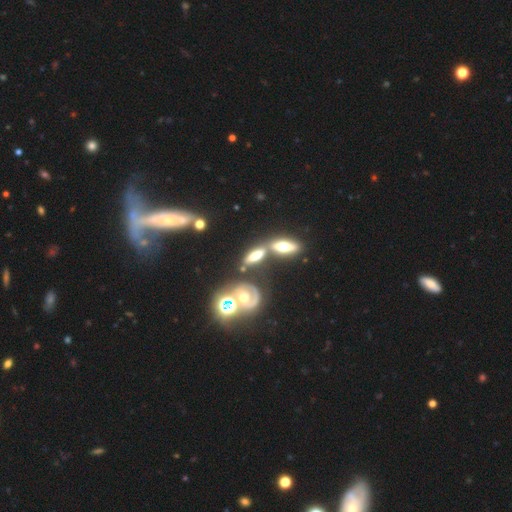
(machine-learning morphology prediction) The model was most divided on "merging": none: 44%, merger: 38%, minor disturbance: 12%, major disturbance: 6%. More confident: how rounded — in between (58%); smooth or featured — smooth (53%).